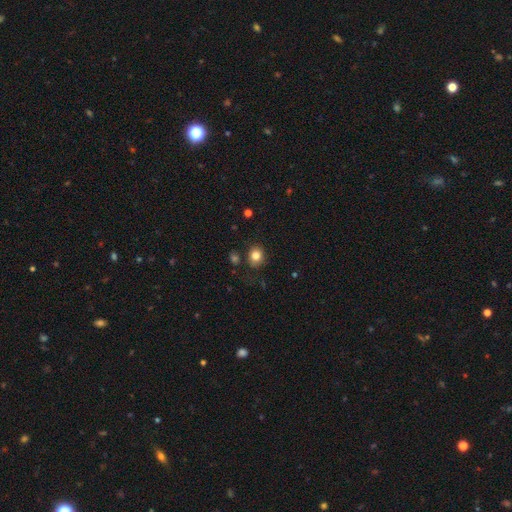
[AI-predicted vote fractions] Smooth or featured?
  - smooth: 83% *
  - star or artifact: 11%
  - featured or disk: 6%
How rounded?
  - round: 67% *
  - in between: 33%
  - cigar-shaped: 1%
Merging?
  - none: 81% *
  - minor disturbance: 12%
  - major disturbance: 3%
  - merger: 3%